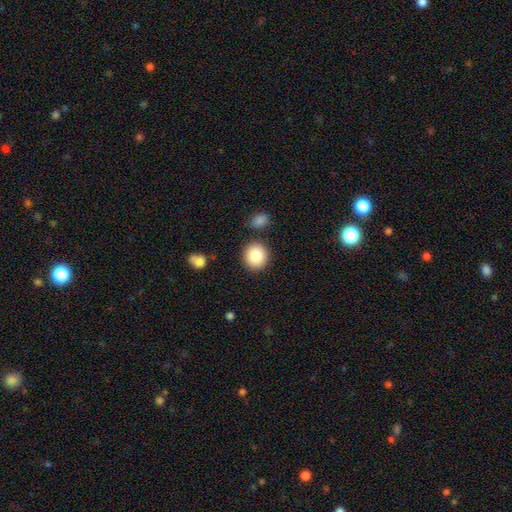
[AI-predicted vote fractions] This appears to be a smooth galaxy with no disk features (85%) that is round (85%). Merging: none (85%).